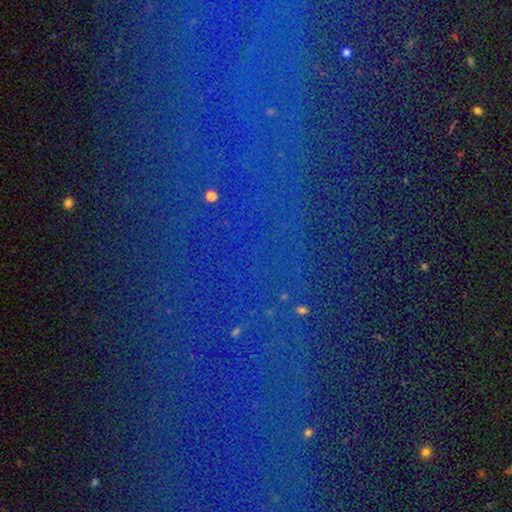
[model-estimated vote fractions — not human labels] Smooth or featured: star or artifact — 81% (smooth — 10%)